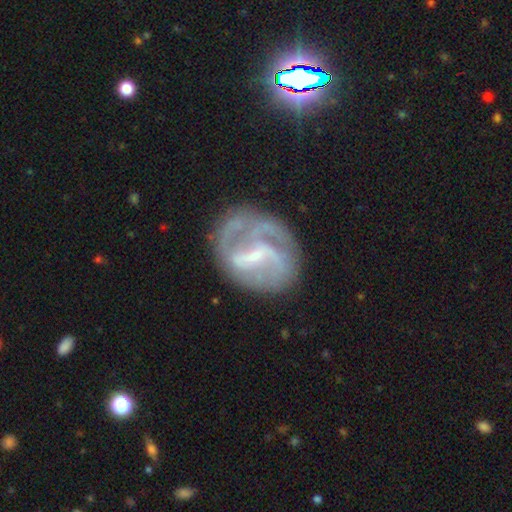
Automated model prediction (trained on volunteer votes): Smooth or featured: featured or disk — 81% (smooth — 12%)
Edge-on disk: no — 98% (yes — 2%)
Bar: weak — 46% (strong — 37%)
Spiral arms: yes — 87% (no — 13%)
Spiral winding: medium — 43% (loose — 30%)
Spiral arm count: 2 — 46% (can't tell — 21%)
Bulge size: small — 64% (moderate — 18%)
Merging: none — 59% (minor disturbance — 20%)